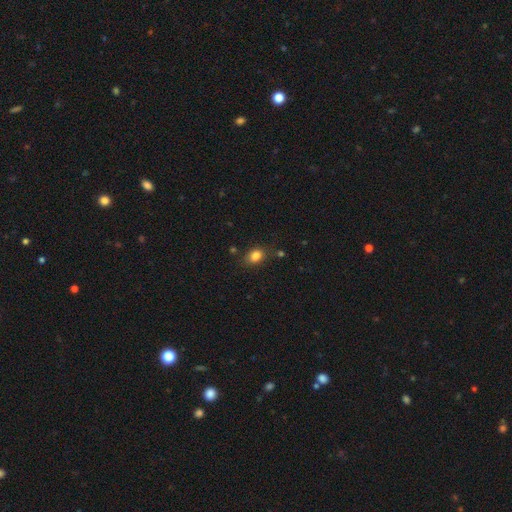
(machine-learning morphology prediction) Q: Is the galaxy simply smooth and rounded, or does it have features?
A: smooth — 83%.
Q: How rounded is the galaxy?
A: in between — 71%.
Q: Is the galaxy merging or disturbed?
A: none — 77%.